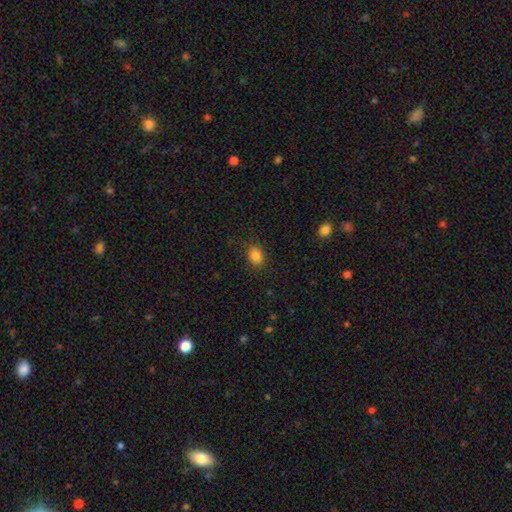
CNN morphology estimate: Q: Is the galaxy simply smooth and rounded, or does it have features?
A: smooth — 84%.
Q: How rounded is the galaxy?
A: in between — 55%.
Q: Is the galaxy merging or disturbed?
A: none — 87%.